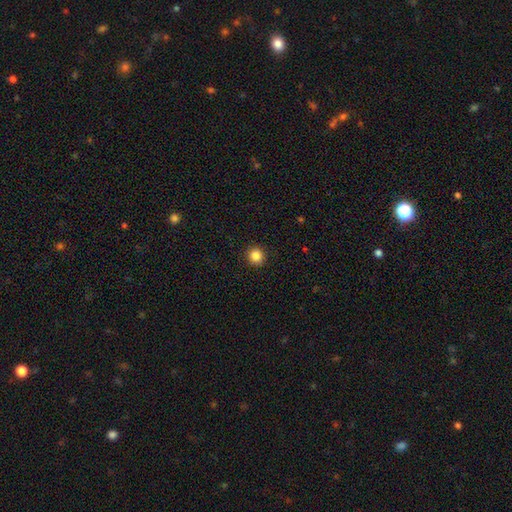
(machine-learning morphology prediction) Q: Smooth or featured?
A: smooth (85%); runner-up: star or artifact (11%)
Q: How rounded?
A: round (94%); runner-up: in between (5%)
Q: Merging?
A: none (93%); runner-up: minor disturbance (5%)